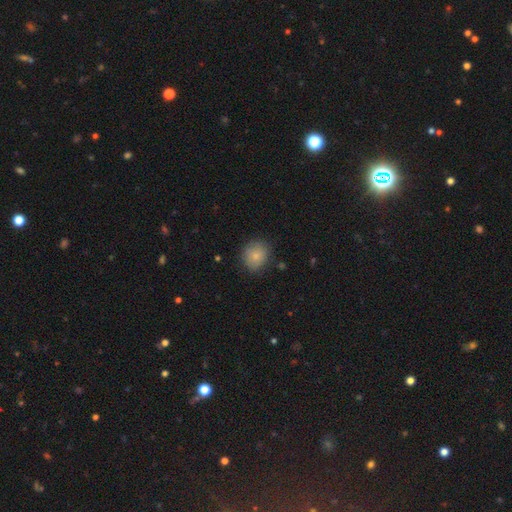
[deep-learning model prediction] Morphology: type=smooth (81%); roundness=round (74%); merging=none (80%).